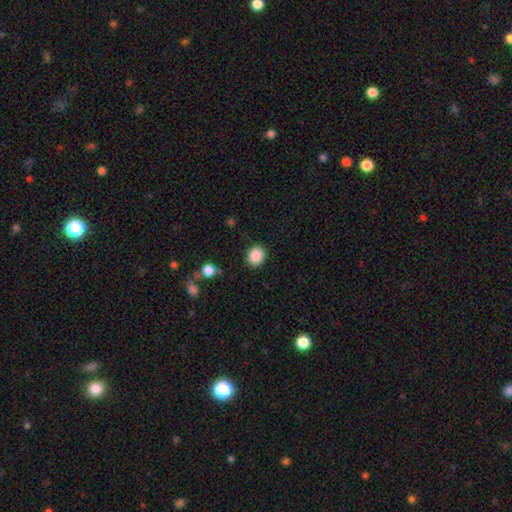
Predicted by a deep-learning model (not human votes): Smooth or featured? Predicted: smooth (p=0.88). How rounded? Predicted: round (p=0.70). Merging? Predicted: none (p=0.88).